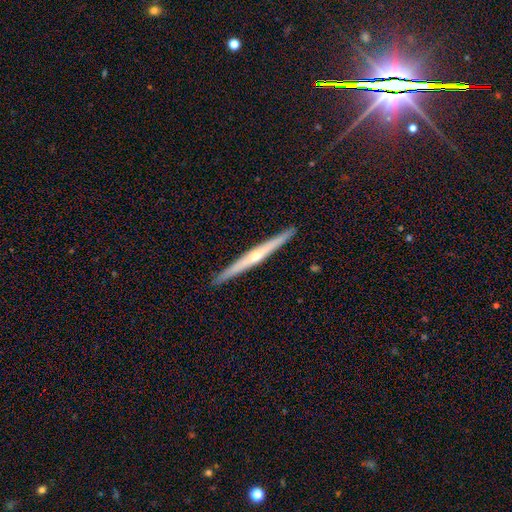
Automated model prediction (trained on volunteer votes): A featured or disk galaxy (71%) viewed edge-on (98%) with a rounded central bulge (74%). Merging: none (93%).